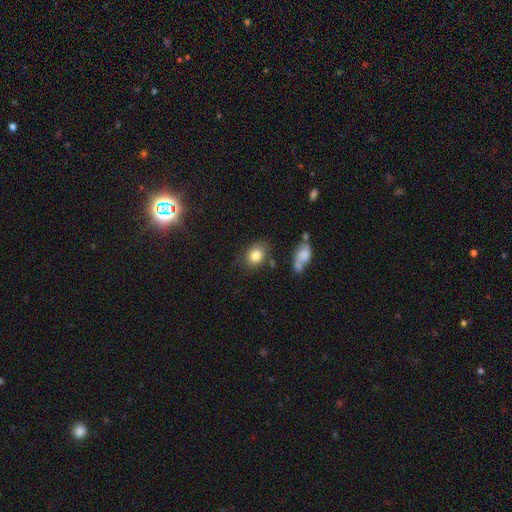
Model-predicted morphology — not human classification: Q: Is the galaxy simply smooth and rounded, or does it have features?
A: smooth — 83%.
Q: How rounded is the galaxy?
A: in between — 56%.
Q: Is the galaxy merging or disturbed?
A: none — 73%.